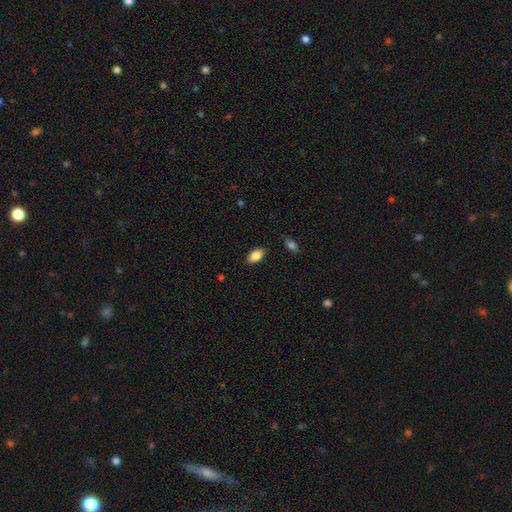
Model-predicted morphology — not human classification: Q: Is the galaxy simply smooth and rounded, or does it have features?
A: smooth — 85%.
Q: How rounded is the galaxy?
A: in between — 92%.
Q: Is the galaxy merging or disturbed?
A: none — 88%.